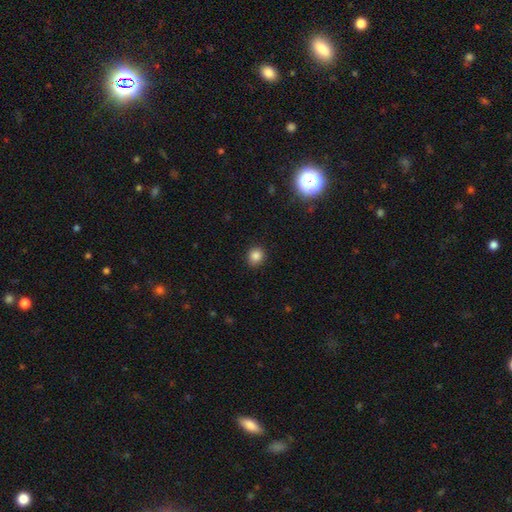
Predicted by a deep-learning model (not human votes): Overall: smooth (85%). How rounded: round (82%). Merging: none (89%).